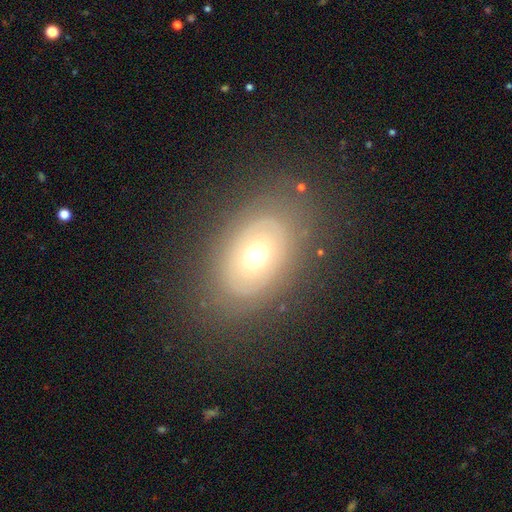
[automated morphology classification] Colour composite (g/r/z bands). It shows a featured or disk galaxy (55%) with no bar (88%), no spiral arms (66%) and a moderate central bulge (70%). Merging: none (81%).